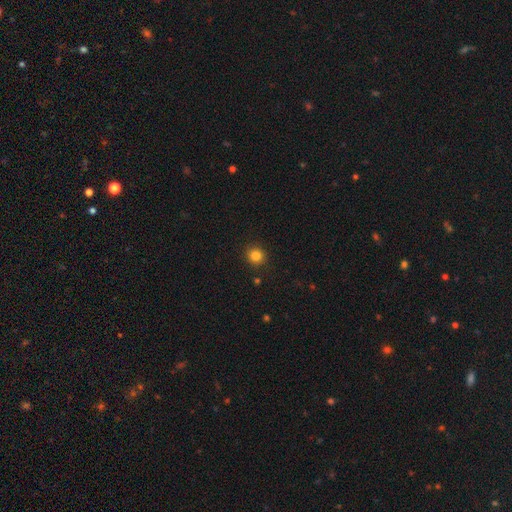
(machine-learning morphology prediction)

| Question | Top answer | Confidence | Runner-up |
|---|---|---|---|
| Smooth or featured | smooth | 83% | star or artifact (12%) |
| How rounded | round | 91% | in between (8%) |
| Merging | none | 91% | minor disturbance (6%) |